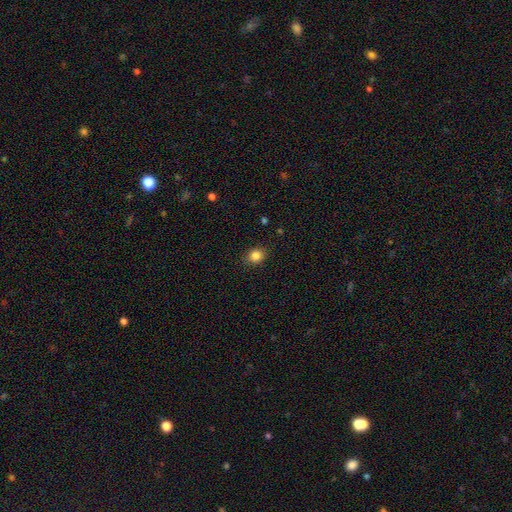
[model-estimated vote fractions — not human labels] This appears to be a smooth galaxy with no disk features (85%) that is round (59%). Merging: none (87%).